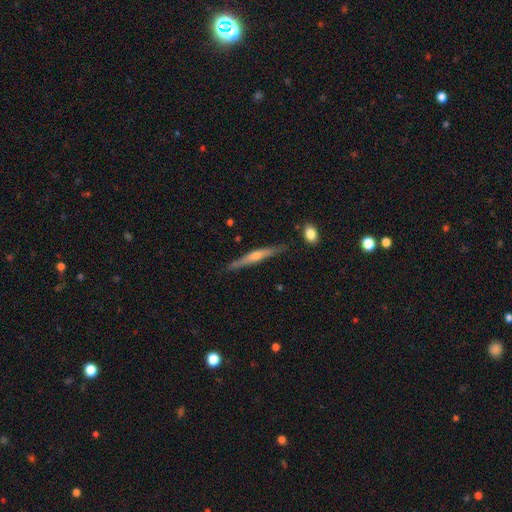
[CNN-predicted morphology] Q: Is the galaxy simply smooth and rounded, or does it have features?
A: featured or disk — 72%.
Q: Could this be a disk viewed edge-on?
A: yes — 97%.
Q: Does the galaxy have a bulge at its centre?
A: rounded — 80%.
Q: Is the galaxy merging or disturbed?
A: none — 87%.